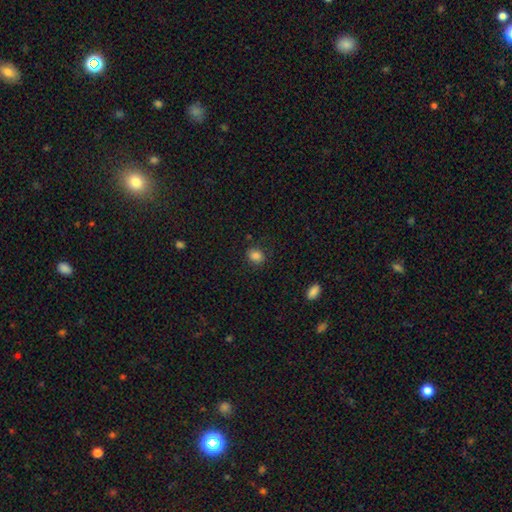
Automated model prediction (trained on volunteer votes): Morphology: type=smooth (84%); roundness=round (56%); merging=none (81%).